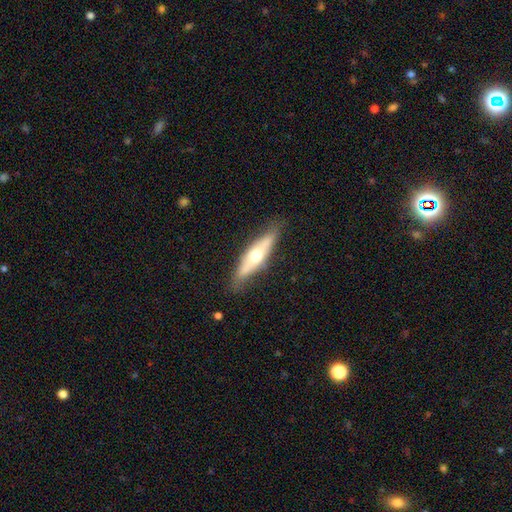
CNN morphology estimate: Smooth or featured?
  - featured or disk: 52% *
  - smooth: 42%
  - star or artifact: 6%
Edge-on disk?
  - yes: 79% *
  - no: 21%
Merging?
  - none: 81% *
  - minor disturbance: 14%
  - major disturbance: 3%
  - merger: 1%